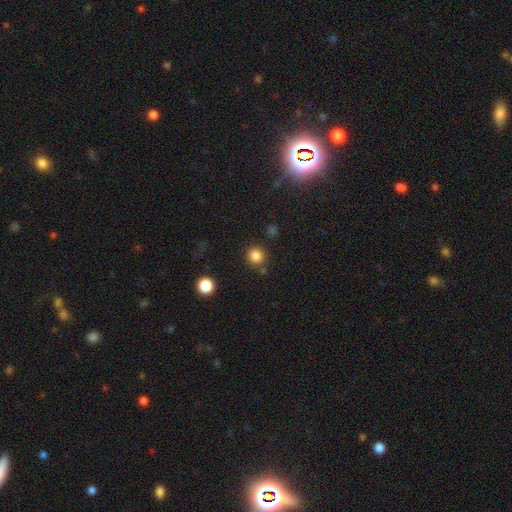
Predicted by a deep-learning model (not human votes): This is clearly a smooth galaxy (84%). How rounded: clearly round (92%). Merging: clearly none (82%).